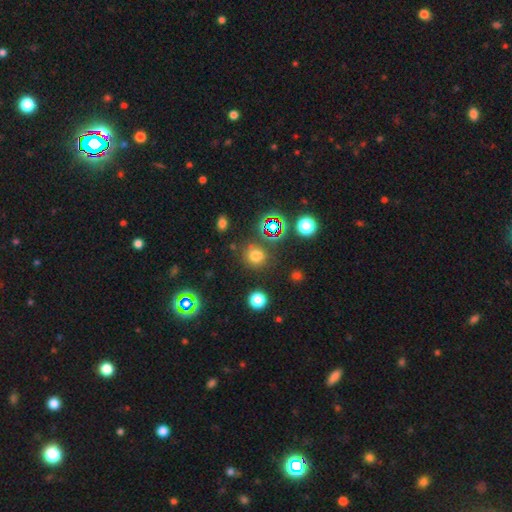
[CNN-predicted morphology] A smooth galaxy with no disk features (67%) that is round (84%).

Vote fractions:
- Smooth or featured? smooth: 67% / star or artifact: 25% / featured or disk: 8%
- How rounded? round: 84% / in between: 15% / cigar-shaped: 1%
- Merging? none: 77% / minor disturbance: 11% / merger: 7% / major disturbance: 5%